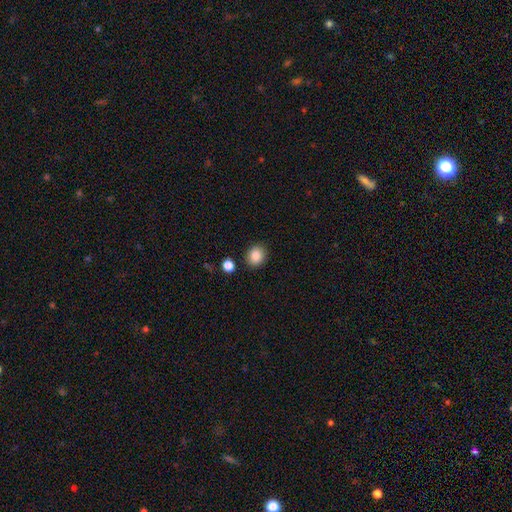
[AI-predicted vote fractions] smooth 86%, star or artifact 9%, featured or disk 5%. Down the decision tree: how rounded — round (71%); merging — none (87%).